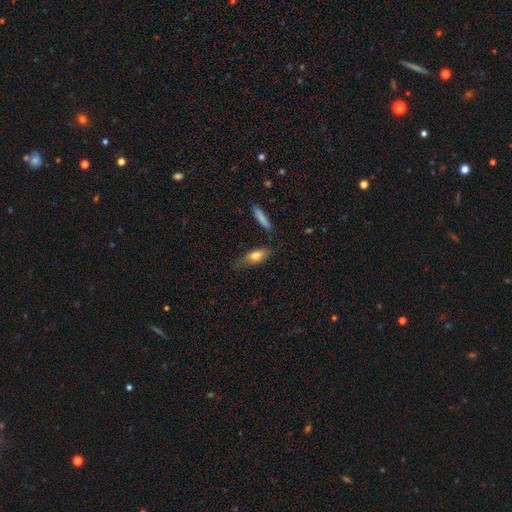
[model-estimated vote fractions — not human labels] smooth 71%, featured or disk 22%, star or artifact 7%. Down the decision tree: how rounded — in between (60%); merging — none (63%).